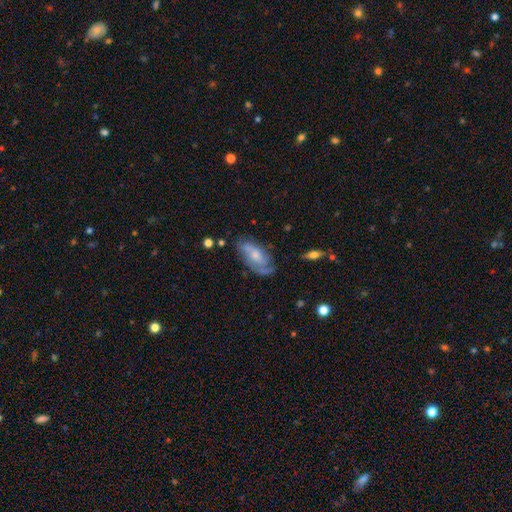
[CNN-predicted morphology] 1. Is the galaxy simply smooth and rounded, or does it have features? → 62% featured or disk, 30% smooth, 8% star or artifact.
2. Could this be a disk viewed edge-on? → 90% no, 10% yes.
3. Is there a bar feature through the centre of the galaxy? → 69% no, 26% weak, 4% strong.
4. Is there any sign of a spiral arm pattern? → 80% yes, 20% no.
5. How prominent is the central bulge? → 47% moderate, 38% small, 7% none, 6% large, 1% dominant.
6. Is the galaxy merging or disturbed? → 62% none, 24% minor disturbance, 11% major disturbance, 3% merger.